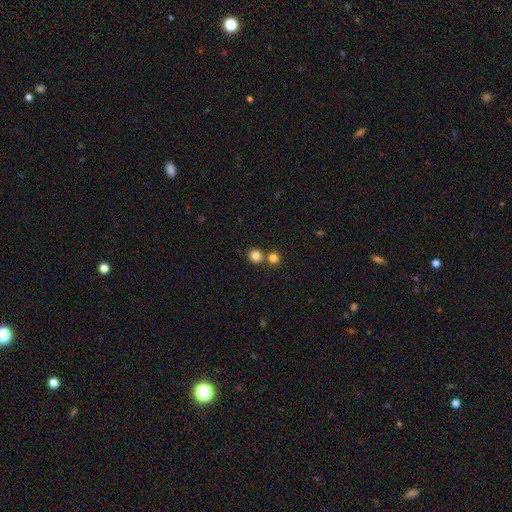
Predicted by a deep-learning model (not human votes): Overall: smooth (82%). How rounded: round (85%). Merging: none (64%; merger 27%).